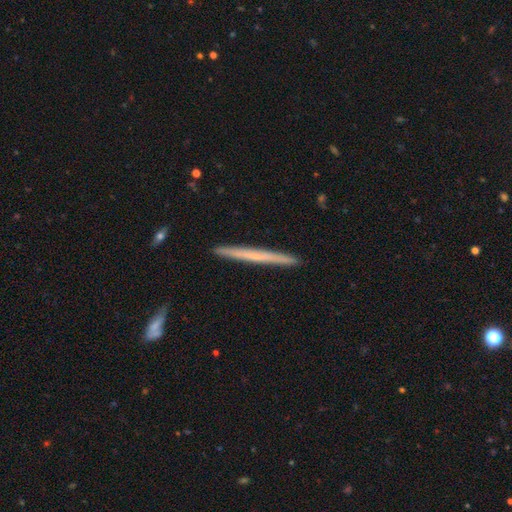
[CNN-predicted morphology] Smooth or featured?
  - smooth: 48% *
  - featured or disk: 47%
  - star or artifact: 6%
Merging?
  - none: 93% *
  - minor disturbance: 5%
  - merger: 1%
  - major disturbance: 1%